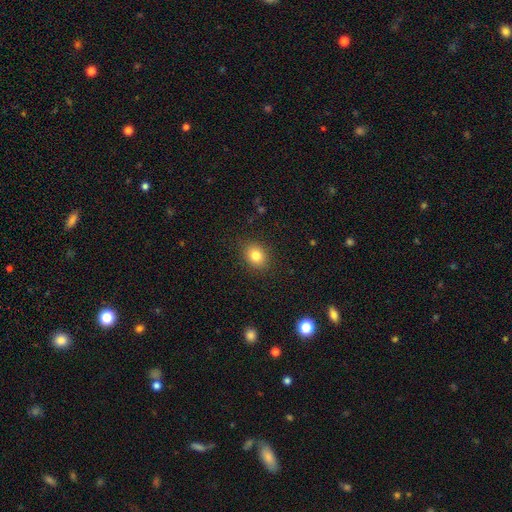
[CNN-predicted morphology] smooth 82%, star or artifact 10%, featured or disk 8%. Down the decision tree: how rounded — in between (52%); merging — none (88%).